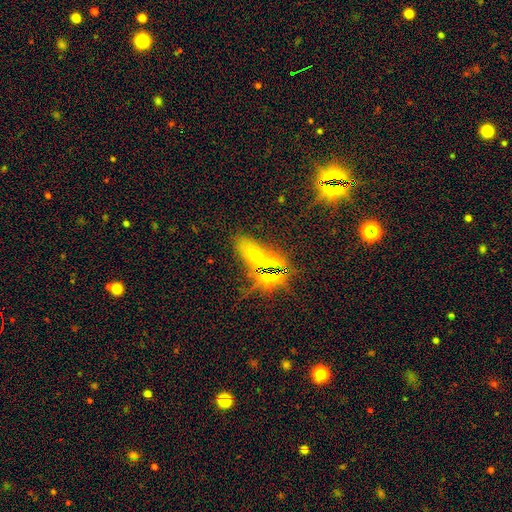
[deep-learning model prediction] Smooth or featured? star or artifact (43%)